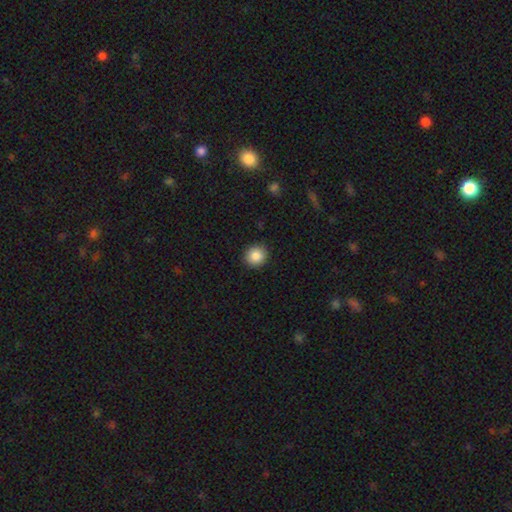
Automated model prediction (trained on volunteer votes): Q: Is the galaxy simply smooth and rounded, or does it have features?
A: smooth — 86%.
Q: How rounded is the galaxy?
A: round — 90%.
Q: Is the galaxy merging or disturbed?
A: none — 91%.